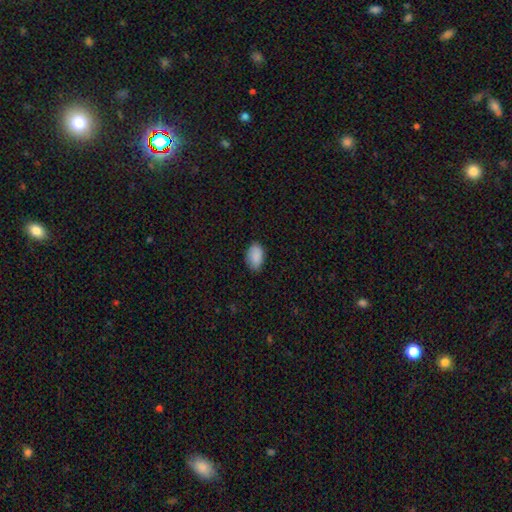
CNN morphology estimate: This is clearly a smooth galaxy (88%). How rounded: clearly in between (91%). Merging: likely none (80%).